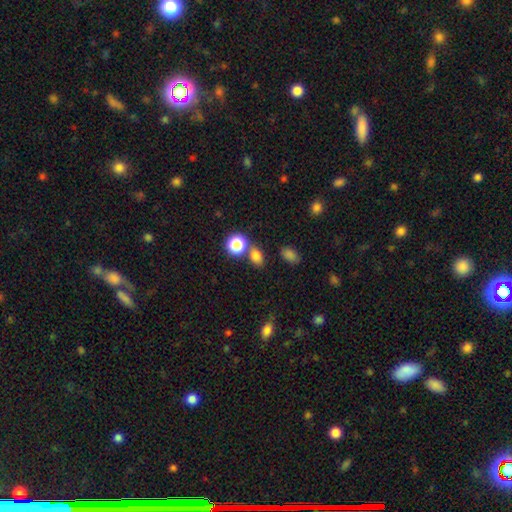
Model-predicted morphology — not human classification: A smooth galaxy with no disk features (77%) that is in between round and cigar-shaped (50%). Merging: none (64%).